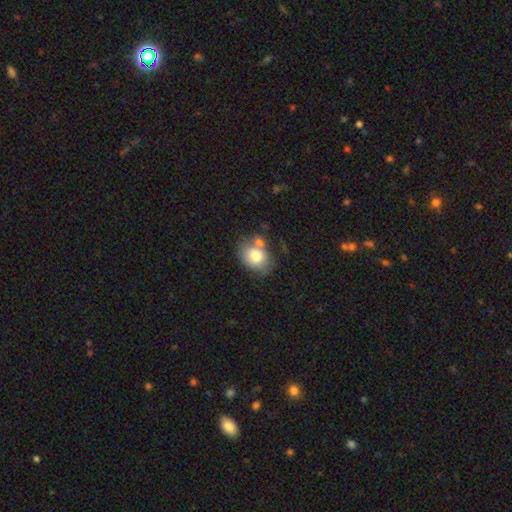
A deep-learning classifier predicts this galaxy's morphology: Smooth or featured? Predicted: smooth (p=0.75). How rounded? Predicted: in between (p=0.60). Merging? Predicted: none (p=0.52).